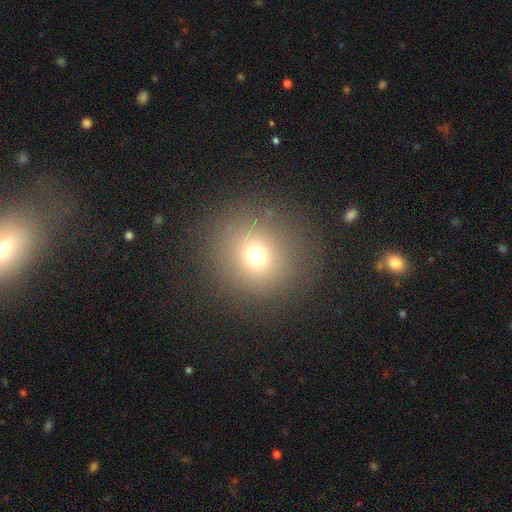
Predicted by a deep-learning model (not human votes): smooth-or-featured: smooth: 69% | star or artifact: 22% | featured or disk: 9%
  how-rounded: round: 91% | in between: 8% | cigar-shaped: 1%
  merging: none: 87% | minor disturbance: 6% | major disturbance: 5% | merger: 2%